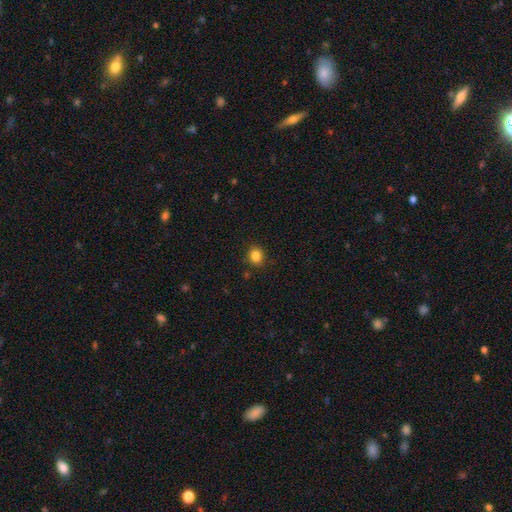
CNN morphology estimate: smooth-or-featured: smooth: 84% | star or artifact: 11% | featured or disk: 5%
  how-rounded: round: 71% | in between: 29% | cigar-shaped: 1%
  merging: none: 88% | minor disturbance: 9% | major disturbance: 2% | merger: 1%